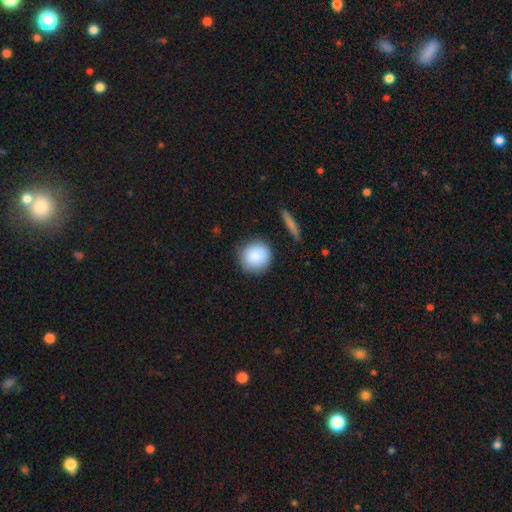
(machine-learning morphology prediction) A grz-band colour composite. It shows a smooth galaxy with no disk features (88%) that is round (92%). Merging: none (84%).